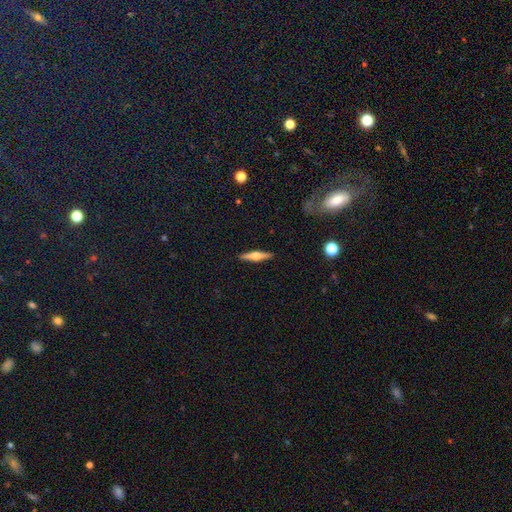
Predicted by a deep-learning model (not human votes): A featured or disk galaxy (61%) viewed edge-on (97%) with a rounded central bulge (91%). Merging: none (91%).